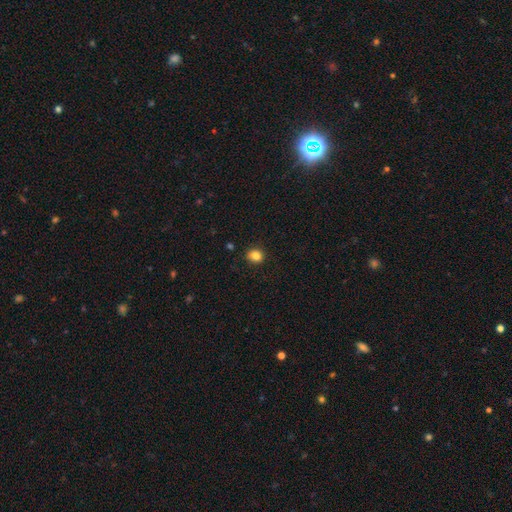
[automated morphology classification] Smooth or featured? Predicted: smooth (p=0.85). How rounded? Predicted: round (p=0.65). Merging? Predicted: none (p=0.86).